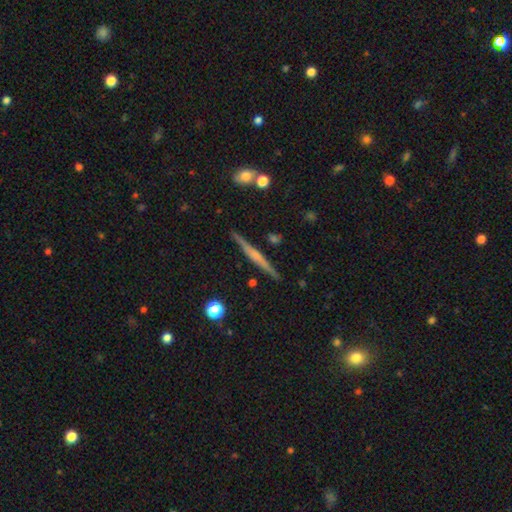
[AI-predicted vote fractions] Q: Smooth or featured?
A: featured or disk (64%); runner-up: smooth (30%)
Q: Edge-on disk?
A: yes (98%); runner-up: no (2%)
Q: Edge-on bulge?
A: none (48%); runner-up: rounded (38%)
Q: Merging?
A: none (88%); runner-up: minor disturbance (8%)